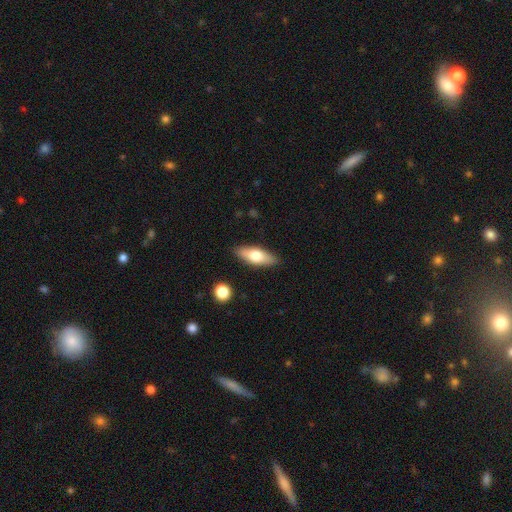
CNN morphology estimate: Smooth or featured: smooth — 64% (featured or disk — 30%)
How rounded: in between — 68% (cigar-shaped — 29%)
Merging: none — 86% (minor disturbance — 10%)